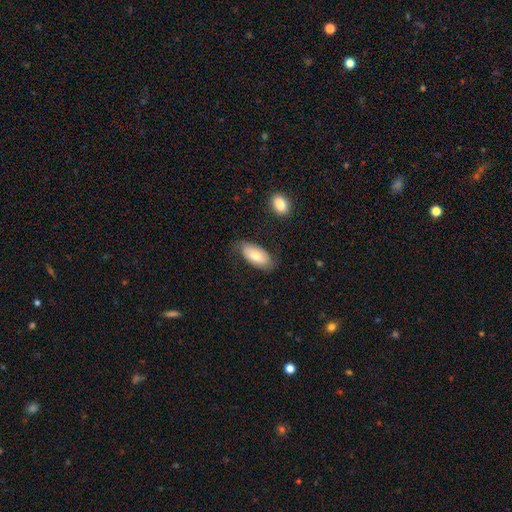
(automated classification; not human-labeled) Smooth or featured: smooth — 74% (featured or disk — 20%)
How rounded: in between — 92% (cigar-shaped — 6%)
Merging: none — 72% (minor disturbance — 20%)